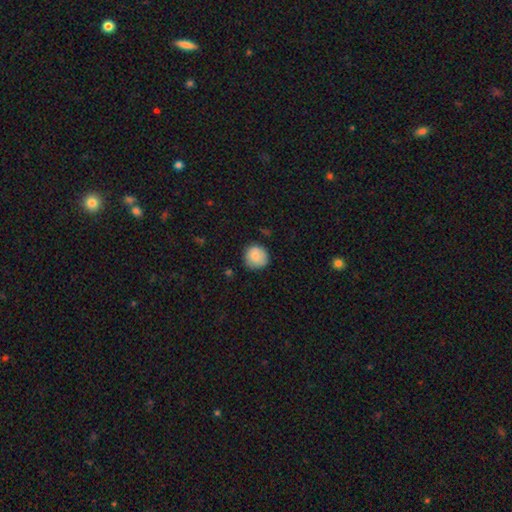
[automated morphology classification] Smooth or featured?
  - smooth: 85% *
  - featured or disk: 8%
  - star or artifact: 7%
How rounded?
  - round: 92% *
  - in between: 7%
  - cigar-shaped: 1%
Merging?
  - none: 80% *
  - minor disturbance: 16%
  - major disturbance: 3%
  - merger: 1%